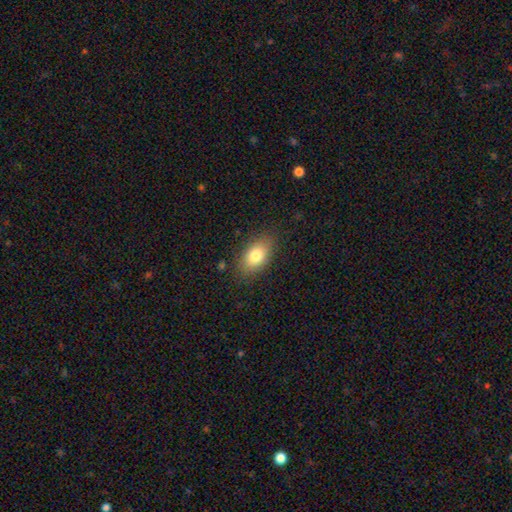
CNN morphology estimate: A smooth galaxy with no disk features (80%) that is in between round and cigar-shaped (89%).

Vote fractions:
- Smooth or featured? smooth: 80% / featured or disk: 12% / star or artifact: 8%
- How rounded? in between: 89% / round: 7% / cigar-shaped: 3%
- Merging? none: 83% / minor disturbance: 12% / major disturbance: 3% / merger: 1%